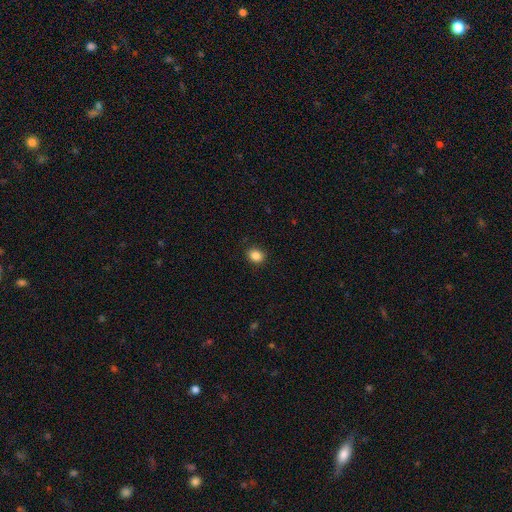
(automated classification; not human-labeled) Q: Smooth or featured?
A: smooth (86%); runner-up: star or artifact (10%)
Q: How rounded?
A: round (60%); runner-up: in between (39%)
Q: Merging?
A: none (89%); runner-up: minor disturbance (8%)